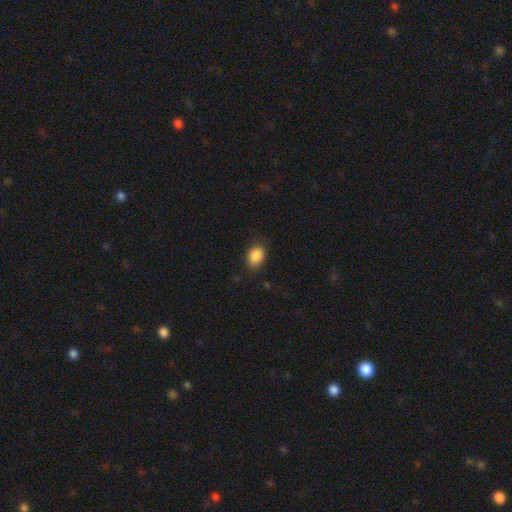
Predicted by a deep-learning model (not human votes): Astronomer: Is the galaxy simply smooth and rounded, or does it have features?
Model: smooth — 88%.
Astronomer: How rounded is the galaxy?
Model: in between — 66%.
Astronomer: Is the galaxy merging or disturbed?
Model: none — 82%.